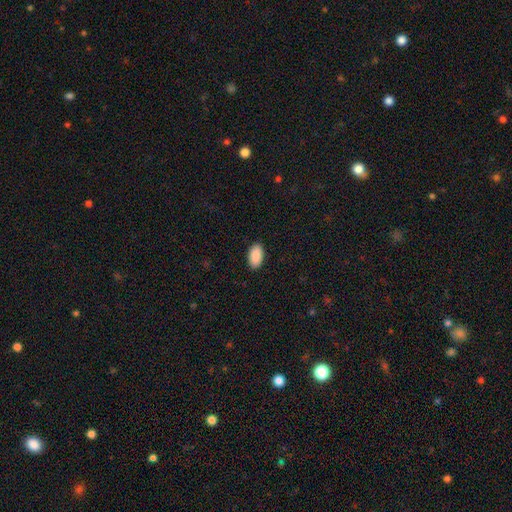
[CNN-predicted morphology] This appears to be a smooth galaxy with no disk features (90%) that is in between round and cigar-shaped (95%). Merging: none (90%).